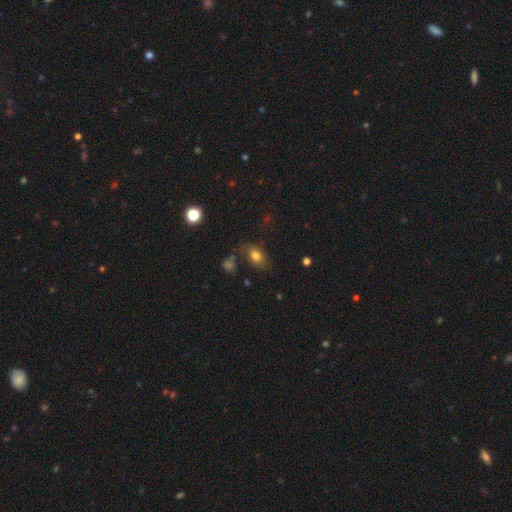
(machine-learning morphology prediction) A smooth galaxy with no disk features (78%) that is in between round and cigar-shaped (79%).

Vote fractions:
- Smooth or featured? smooth: 78% / star or artifact: 12% / featured or disk: 11%
- How rounded? in between: 79% / round: 19% / cigar-shaped: 2%
- Merging? none: 74% / minor disturbance: 17% / major disturbance: 5% / merger: 4%